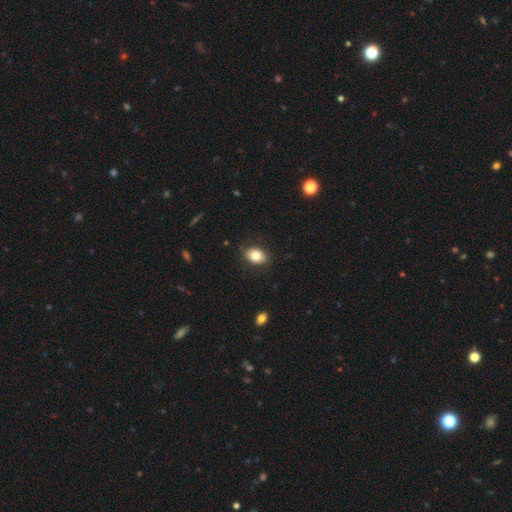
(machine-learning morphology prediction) smooth-or-featured: smooth: 81% | featured or disk: 10% | star or artifact: 8%
  how-rounded: in between: 73% | round: 26% | cigar-shaped: 1%
  merging: none: 85% | minor disturbance: 11% | major disturbance: 3% | merger: 1%